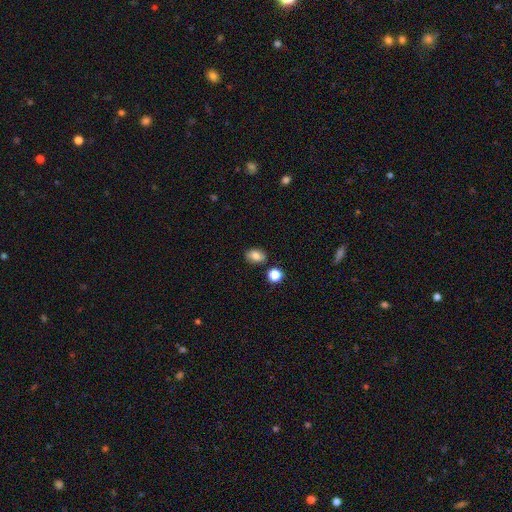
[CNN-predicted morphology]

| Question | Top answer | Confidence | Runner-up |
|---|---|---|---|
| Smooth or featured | smooth | 81% | star or artifact (10%) |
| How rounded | in between | 76% | round (23%) |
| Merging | none | 82% | minor disturbance (11%) |